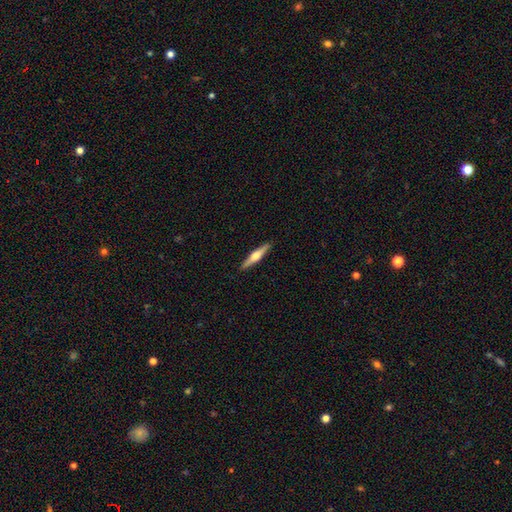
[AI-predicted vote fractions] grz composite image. It shows a featured or disk galaxy (65%) viewed edge-on (98%) with a rounded central bulge (93%). Merging: none (92%).